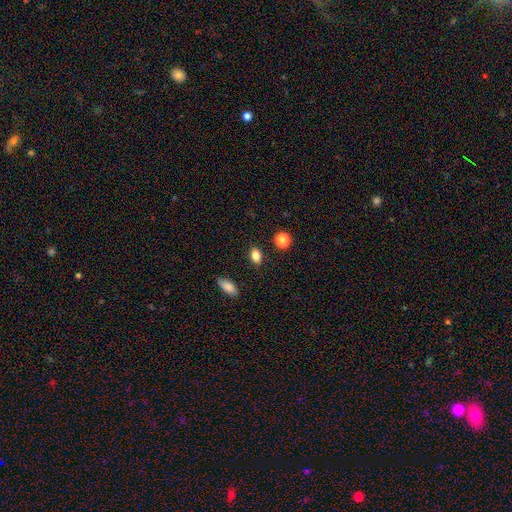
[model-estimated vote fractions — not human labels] A smooth galaxy with no disk features (84%) that is in between round and cigar-shaped (76%).

Vote fractions:
- Smooth or featured? smooth: 84% / star or artifact: 10% / featured or disk: 6%
- How rounded? in between: 76% / round: 22% / cigar-shaped: 3%
- Merging? none: 87% / minor disturbance: 8% / major disturbance: 2% / merger: 2%